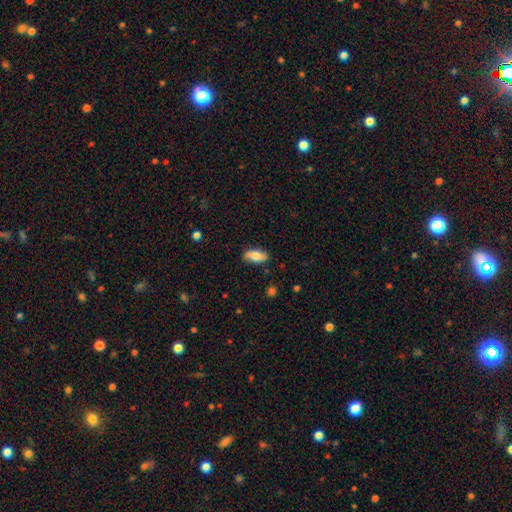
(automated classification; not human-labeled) smooth_or_featured: smooth (p=0.73) [alt: featured or disk p=0.20]
how_rounded: in between (p=0.86) [alt: cigar-shaped p=0.11]
merging: none (p=0.83) [alt: minor disturbance p=0.13]